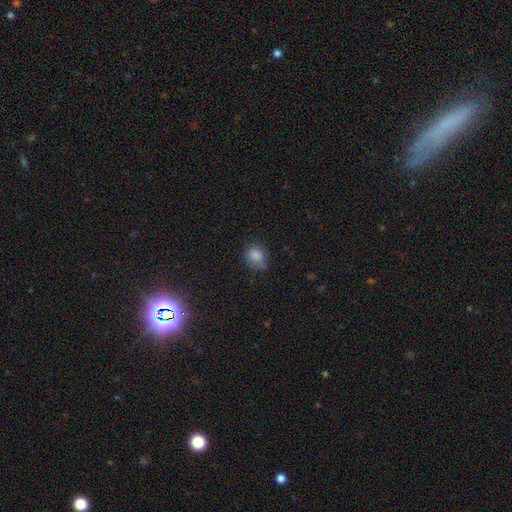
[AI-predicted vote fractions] Morphology: type=smooth (83%); roundness=round (60%); merging=none (65%).